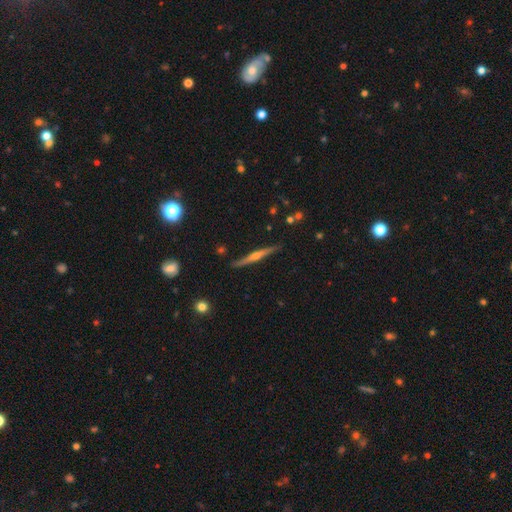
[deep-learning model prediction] Morphology: type=featured or disk (75%); edge-on=yes (98%); edge-on bulge=rounded (81%); merging=none (88%).